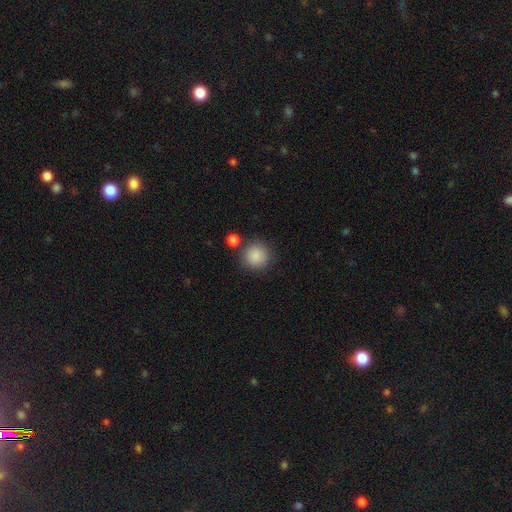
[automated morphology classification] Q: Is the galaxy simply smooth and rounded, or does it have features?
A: smooth — 88%.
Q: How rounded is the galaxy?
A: round — 93%.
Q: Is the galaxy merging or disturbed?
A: none — 80%.